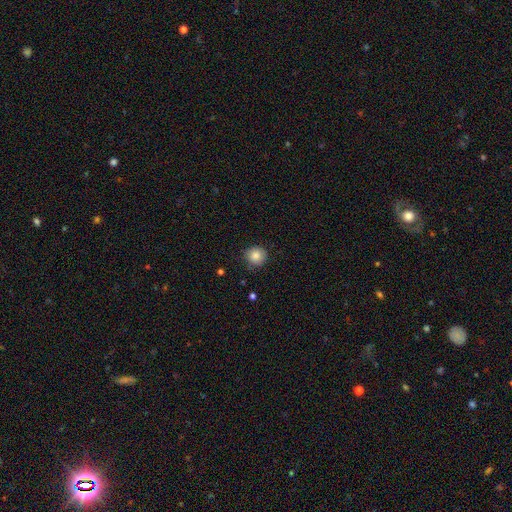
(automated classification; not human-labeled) smooth 84%, star or artifact 9%, featured or disk 7%. Down the decision tree: how rounded — round (92%); merging — none (81%).